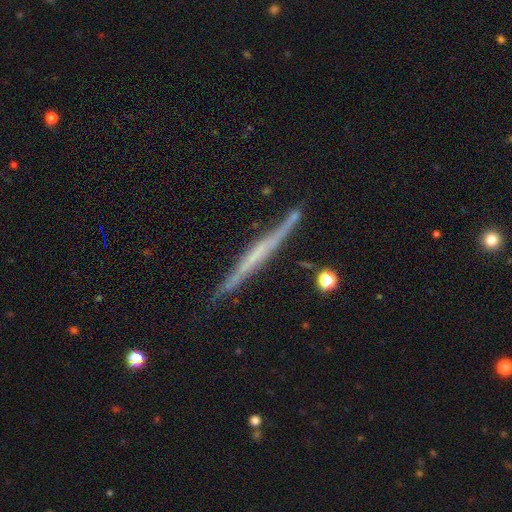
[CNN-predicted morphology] Smooth or featured? featured or disk (70%)
Edge-on disk? yes (97%)
Edge-on bulge? none (74%)
Merging? none (82%)